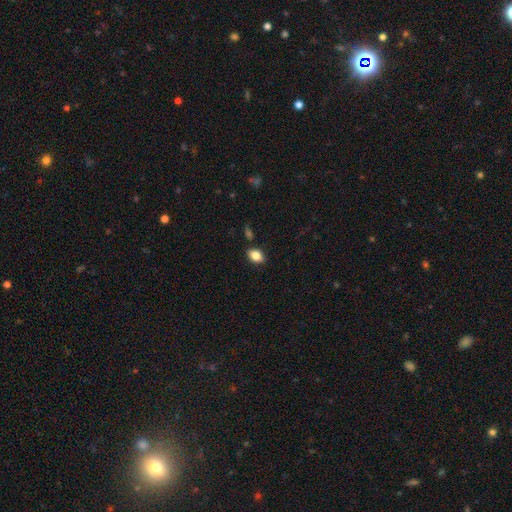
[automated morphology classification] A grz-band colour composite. It shows a smooth galaxy with no disk features (83%) that is in between round and cigar-shaped (79%). Merging: none (85%).